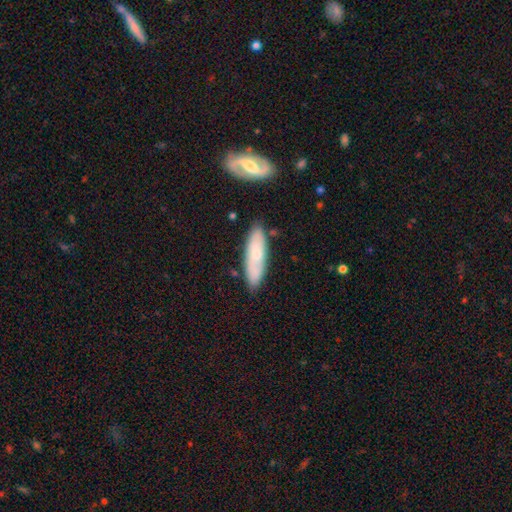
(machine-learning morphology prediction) A smooth galaxy with no disk features (56%) that is cigar-shaped (59%).

Vote fractions:
- Smooth or featured? smooth: 56% / featured or disk: 38% / star or artifact: 6%
- How rounded? cigar-shaped: 59% / in between: 39% / round: 2%
- Merging? none: 77% / minor disturbance: 16% / merger: 5% / major disturbance: 3%